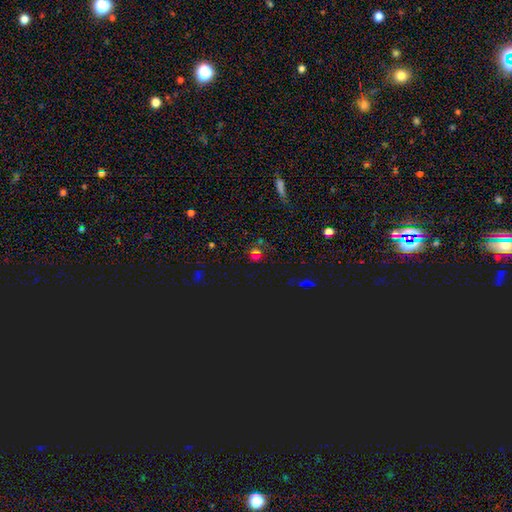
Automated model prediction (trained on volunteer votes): smooth_or_featured: star or artifact (p=0.48) [alt: smooth p=0.43]